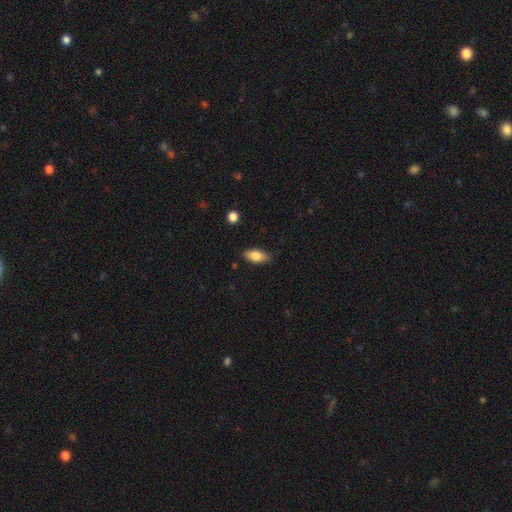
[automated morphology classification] Smooth or featured?
  - smooth: 82% *
  - featured or disk: 11%
  - star or artifact: 7%
How rounded?
  - in between: 87% *
  - cigar-shaped: 10%
  - round: 3%
Merging?
  - none: 84% *
  - minor disturbance: 13%
  - major disturbance: 2%
  - merger: 1%